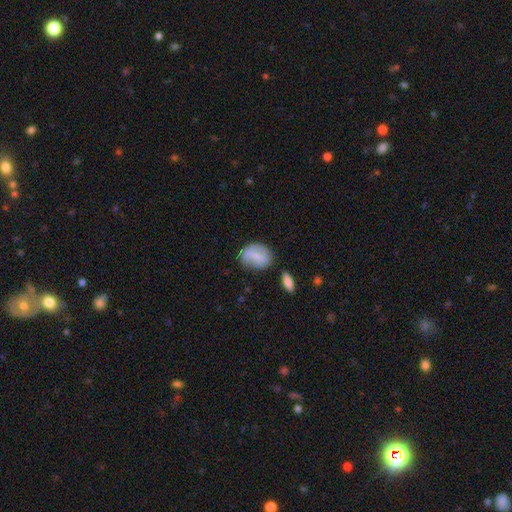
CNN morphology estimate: smooth_or_featured: smooth (p=0.58) [alt: featured or disk p=0.34]
how_rounded: in between (p=0.64) [alt: round p=0.33]
merging: none (p=0.66) [alt: minor disturbance p=0.22]